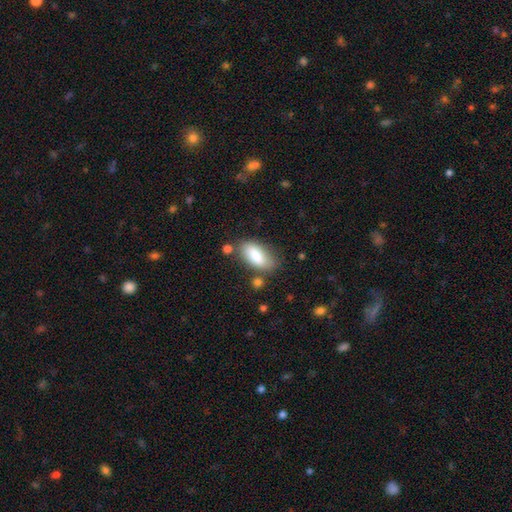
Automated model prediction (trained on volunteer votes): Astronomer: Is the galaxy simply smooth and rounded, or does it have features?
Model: smooth — 82%.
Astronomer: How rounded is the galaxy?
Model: in between — 89%.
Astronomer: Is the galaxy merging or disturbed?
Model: none — 70%.